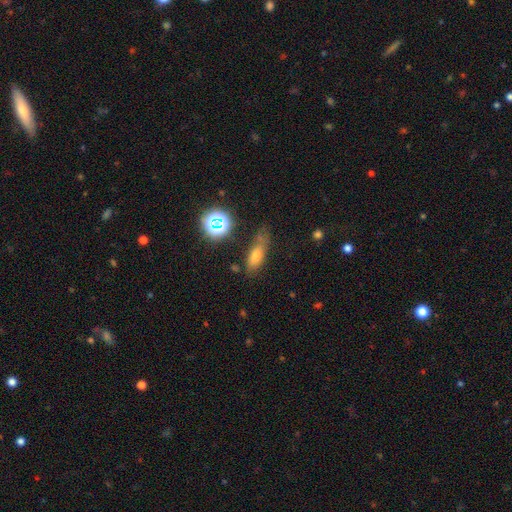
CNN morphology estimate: type=smooth (64%); roundness=in between (57%); merging=none (57%).